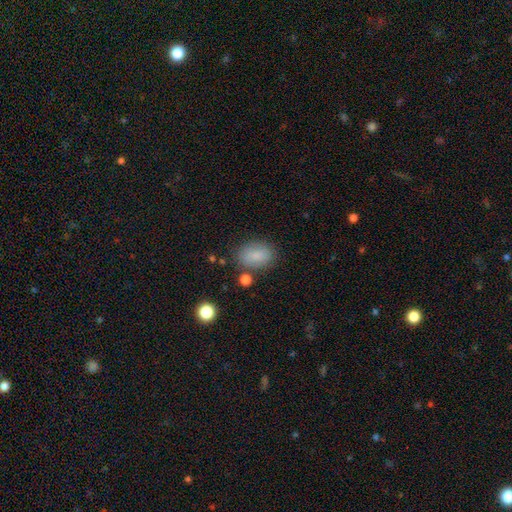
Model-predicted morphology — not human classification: Q: Smooth or featured?
A: smooth (85%); runner-up: star or artifact (8%)
Q: How rounded?
A: in between (84%); runner-up: round (14%)
Q: Merging?
A: none (79%); runner-up: minor disturbance (13%)